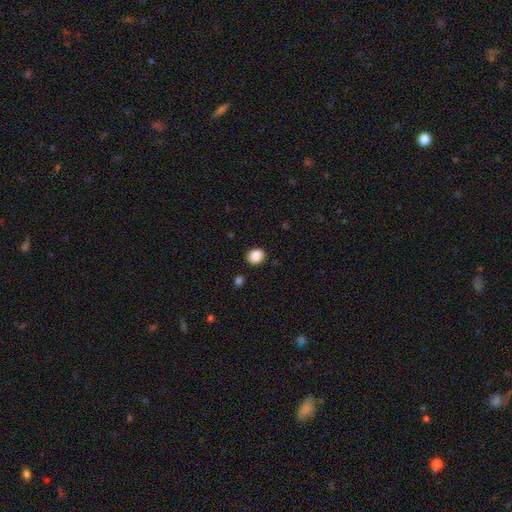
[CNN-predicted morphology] This is clearly a smooth galaxy (88%). How rounded: likely round (66%). Merging: clearly none (88%).